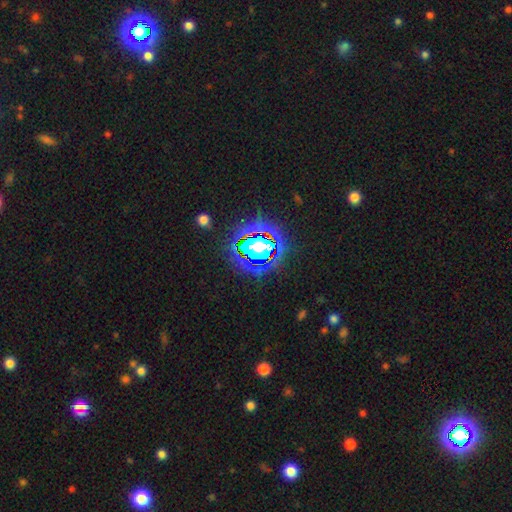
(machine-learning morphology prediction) The model was most divided on "smooth or featured": star or artifact: 80%, smooth: 12%, featured or disk: 8%.